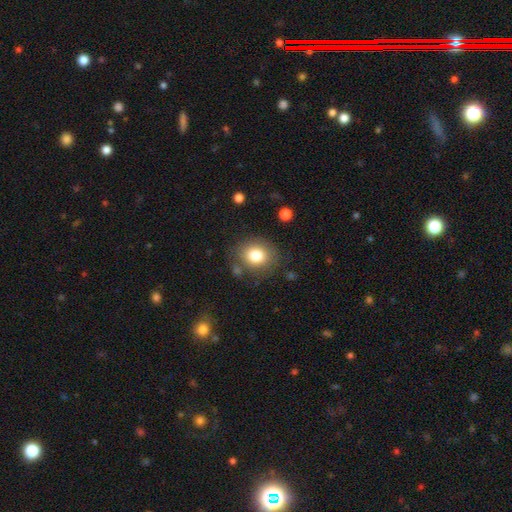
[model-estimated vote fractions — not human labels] Smooth or featured: smooth — 80% (star or artifact — 10%)
How rounded: round — 73% (in between — 26%)
Merging: none — 79% (minor disturbance — 12%)